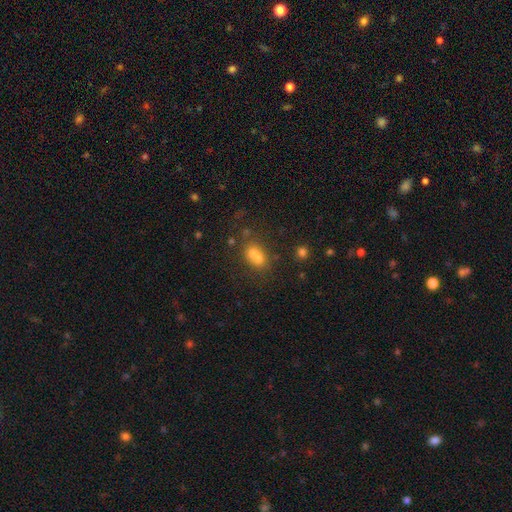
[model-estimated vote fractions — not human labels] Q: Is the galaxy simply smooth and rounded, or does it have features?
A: smooth — 63%.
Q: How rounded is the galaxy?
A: round — 62%.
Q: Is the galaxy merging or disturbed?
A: merger — 62%.